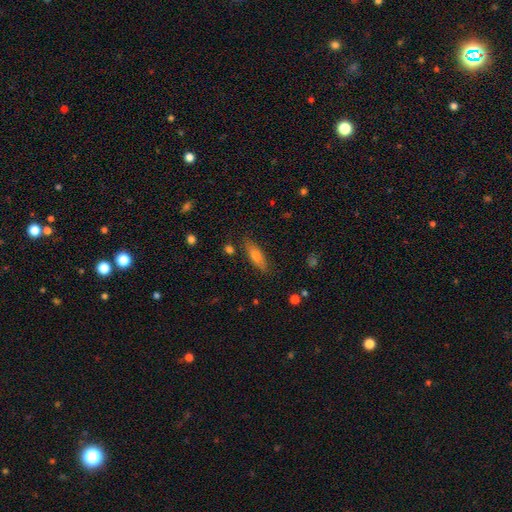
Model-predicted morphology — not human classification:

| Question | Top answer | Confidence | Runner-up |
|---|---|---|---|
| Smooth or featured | smooth | 63% | featured or disk (26%) |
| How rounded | cigar-shaped | 55% | in between (42%) |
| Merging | none | 83% | minor disturbance (12%) |